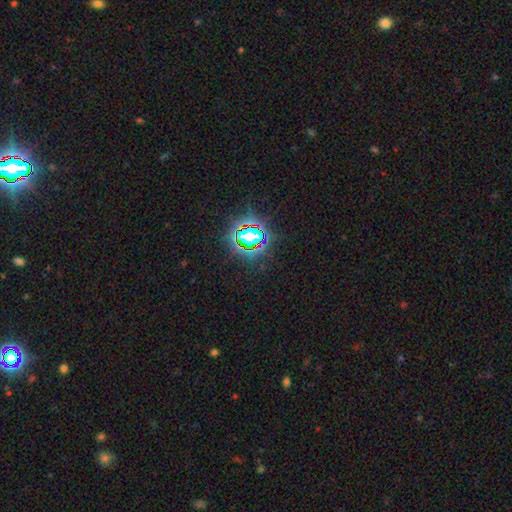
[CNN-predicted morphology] The model was most divided on "smooth or featured": star or artifact: 81%, smooth: 12%, featured or disk: 7%.